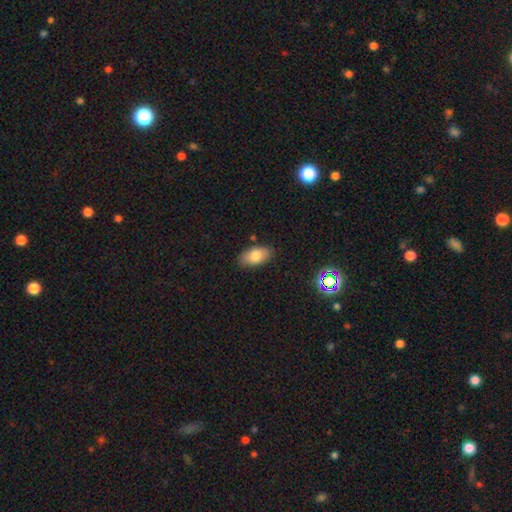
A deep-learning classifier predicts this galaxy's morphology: Overall: smooth (81%). How rounded: in between (94%). Merging: none (85%).